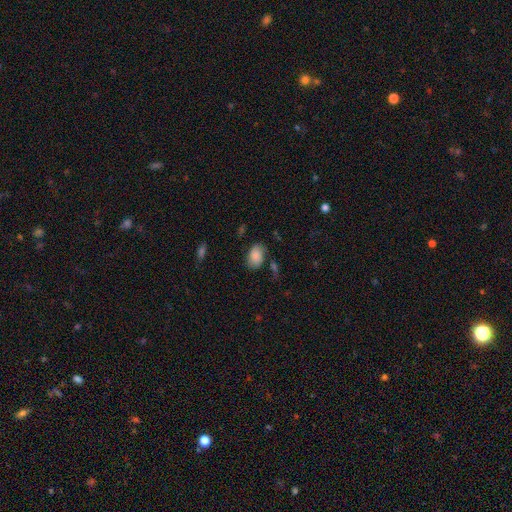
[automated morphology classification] Q: Smooth or featured?
A: smooth (85%); runner-up: star or artifact (8%)
Q: How rounded?
A: in between (85%); runner-up: round (13%)
Q: Merging?
A: none (72%); runner-up: minor disturbance (19%)